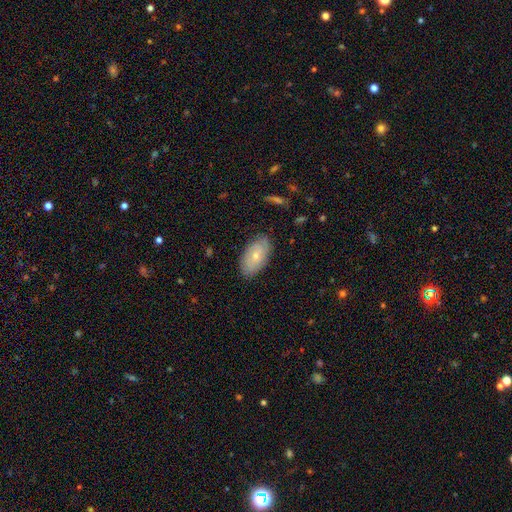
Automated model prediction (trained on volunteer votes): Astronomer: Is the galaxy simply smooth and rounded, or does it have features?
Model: smooth — 52% (runner-up: featured or disk, 41%).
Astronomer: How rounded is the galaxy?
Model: in between — 93%.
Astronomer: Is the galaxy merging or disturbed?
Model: none — 80%.